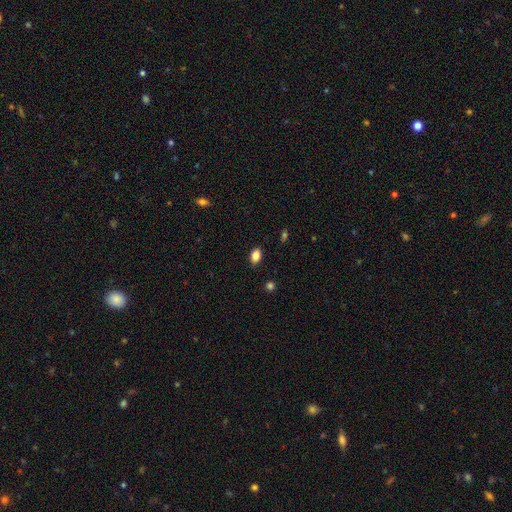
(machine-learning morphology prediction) This is clearly a smooth galaxy (84%). How rounded: clearly in between (84%). Merging: clearly none (84%).